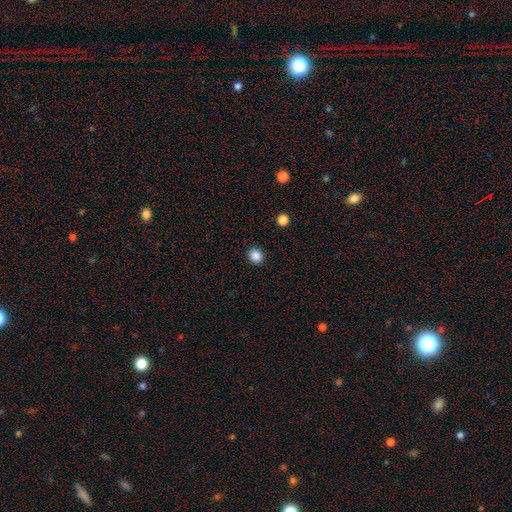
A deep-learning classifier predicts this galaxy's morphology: smooth_or_featured: smooth (p=0.86) [alt: star or artifact p=0.11]
how_rounded: round (p=0.84) [alt: in between p=0.15]
merging: none (p=0.92) [alt: minor disturbance p=0.05]